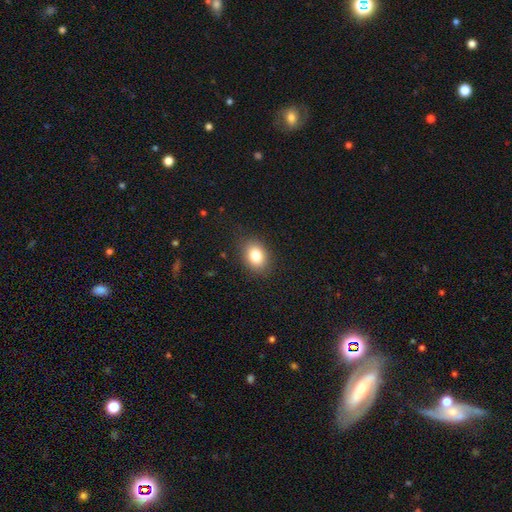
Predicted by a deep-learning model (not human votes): The model was most divided on "how rounded": in between: 66%, round: 33%, cigar-shaped: 1%. More confident: merging — none (86%); smooth or featured — smooth (83%).